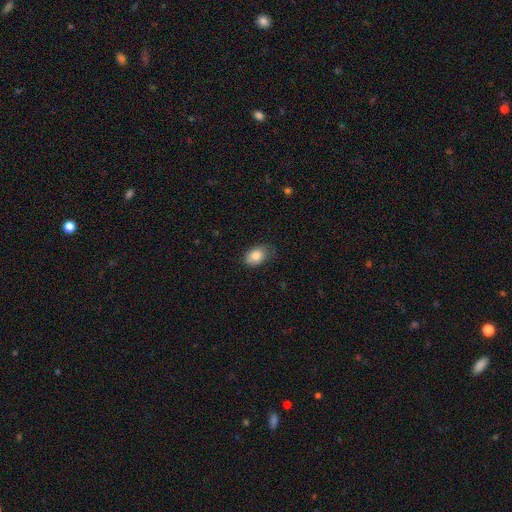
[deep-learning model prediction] Smooth or featured?
  - smooth: 85% *
  - star or artifact: 8%
  - featured or disk: 7%
How rounded?
  - in between: 82% *
  - round: 17%
  - cigar-shaped: 1%
Merging?
  - none: 74% *
  - minor disturbance: 21%
  - major disturbance: 4%
  - merger: 1%